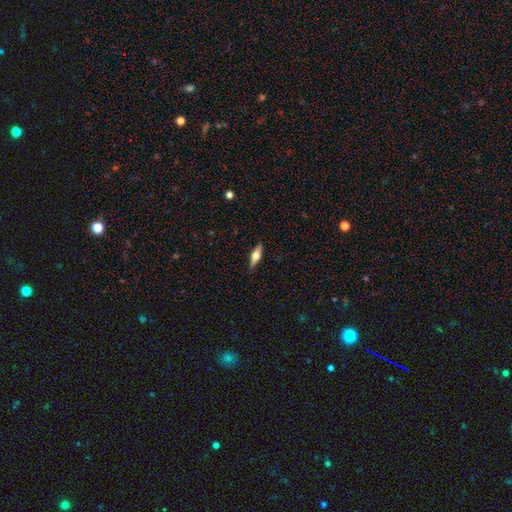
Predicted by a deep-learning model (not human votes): Smooth or featured?
  - featured or disk: 54% *
  - smooth: 40%
  - star or artifact: 6%
Edge-on disk?
  - yes: 94% *
  - no: 6%
Edge-on bulge?
  - rounded: 93% *
  - boxy: 5%
  - none: 2%
Merging?
  - none: 89% *
  - minor disturbance: 9%
  - major disturbance: 2%
  - merger: 1%